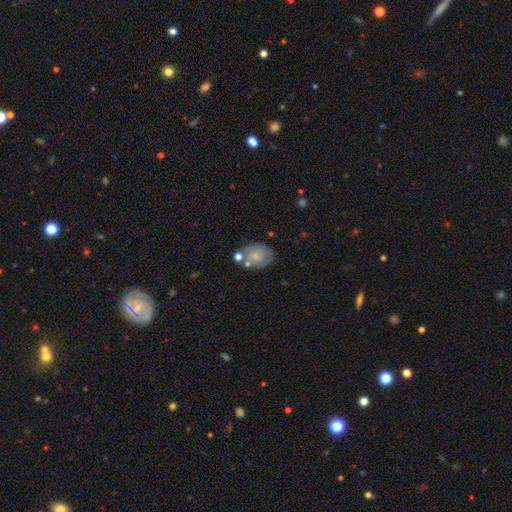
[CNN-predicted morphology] smooth 63%, featured or disk 28%, star or artifact 8%. Down the decision tree: how rounded — in between (57%); merging — none (58%).